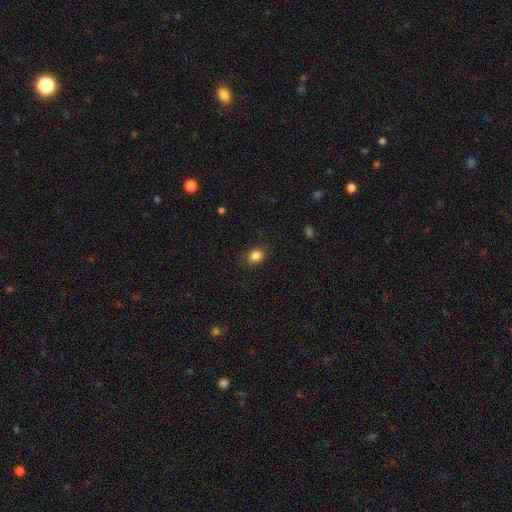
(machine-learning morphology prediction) This is clearly a smooth galaxy (85%). How rounded: possibly in between (51%). Merging: clearly none (85%).